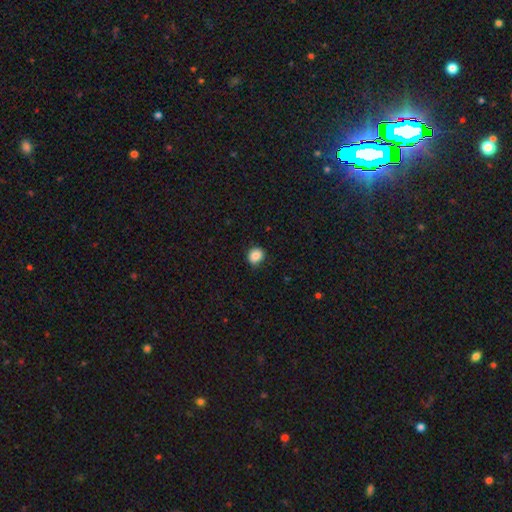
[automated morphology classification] Smooth or featured: smooth — 86% (star or artifact — 10%)
How rounded: round — 75% (in between — 24%)
Merging: none — 81% (minor disturbance — 15%)